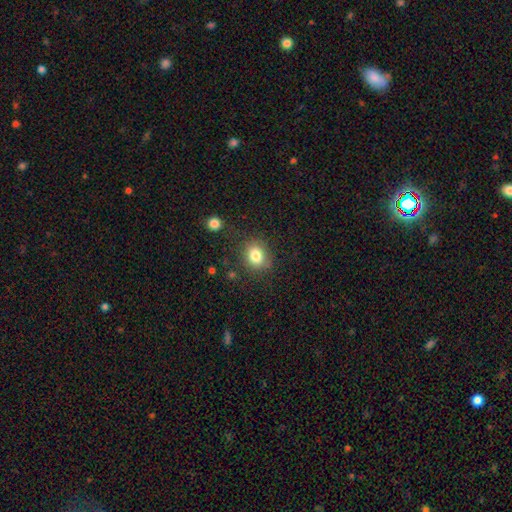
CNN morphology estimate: Smooth or featured: smooth — 82% (star or artifact — 10%)
How rounded: round — 59% (in between — 40%)
Merging: none — 79% (minor disturbance — 13%)